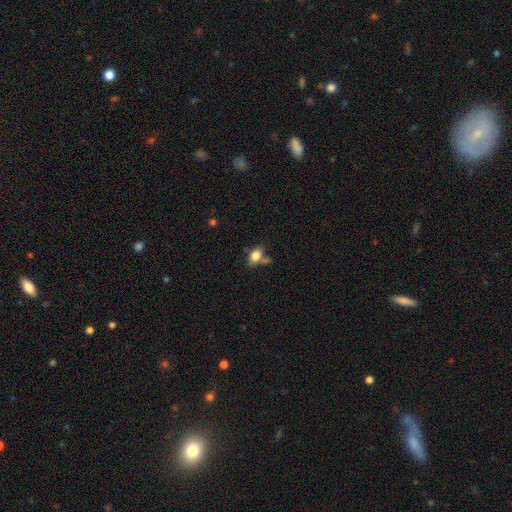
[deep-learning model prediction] This is likely a smooth galaxy (80%). How rounded: clearly in between (80%). Merging: possibly none (53%).